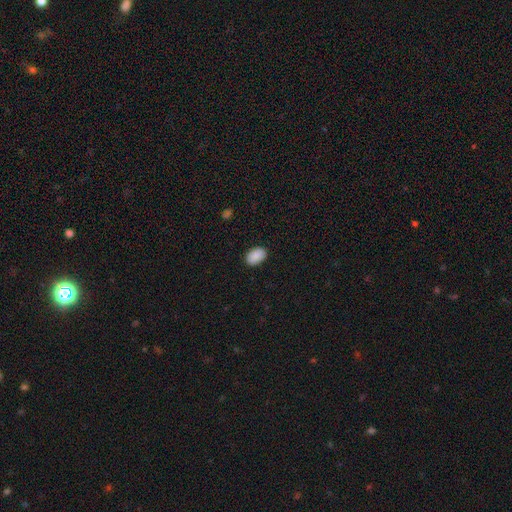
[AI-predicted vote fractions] Smooth or featured? Predicted: smooth (p=0.90). How rounded? Predicted: in between (p=0.89). Merging? Predicted: none (p=0.88).